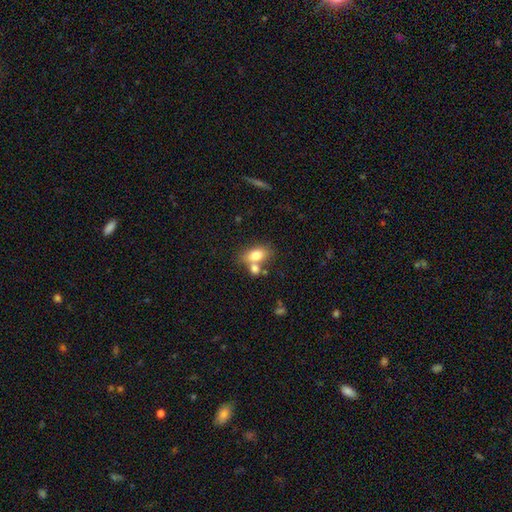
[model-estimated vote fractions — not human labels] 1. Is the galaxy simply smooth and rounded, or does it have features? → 77% smooth, 14% featured or disk, 9% star or artifact.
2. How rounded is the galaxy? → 84% in between, 14% round, 3% cigar-shaped.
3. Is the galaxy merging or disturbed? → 49% none, 35% merger, 12% minor disturbance, 4% major disturbance.